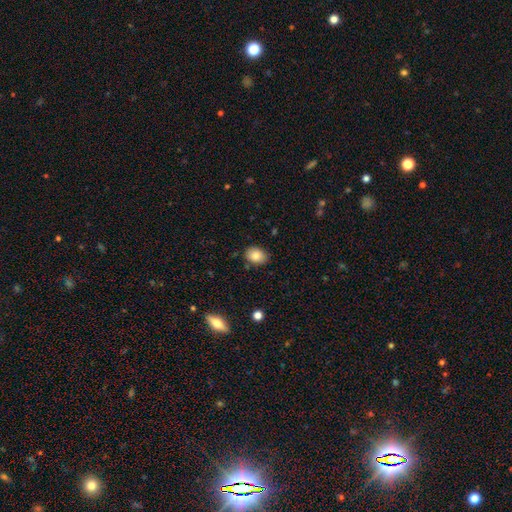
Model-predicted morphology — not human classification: This is clearly a smooth galaxy (84%). How rounded: likely in between (69%). Merging: clearly none (83%).